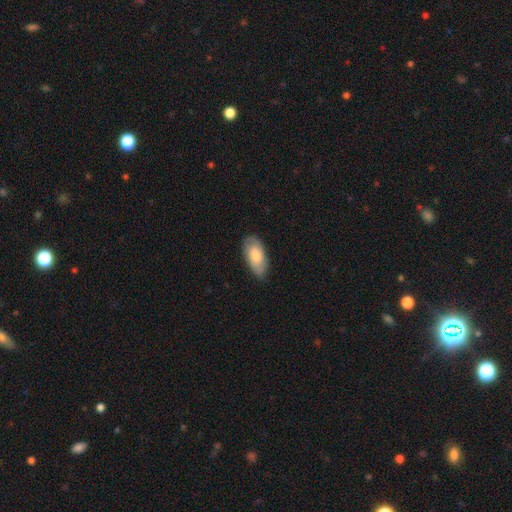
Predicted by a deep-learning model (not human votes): Smooth or featured? Predicted: smooth (p=0.71). How rounded? Predicted: in between (p=0.93). Merging? Predicted: none (p=0.77).